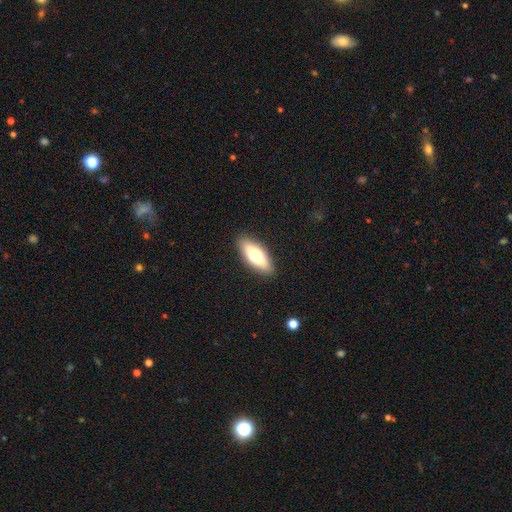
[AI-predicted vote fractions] This appears to be a smooth galaxy with no disk features (66%) that is in between round and cigar-shaped (68%). Merging: none (89%).